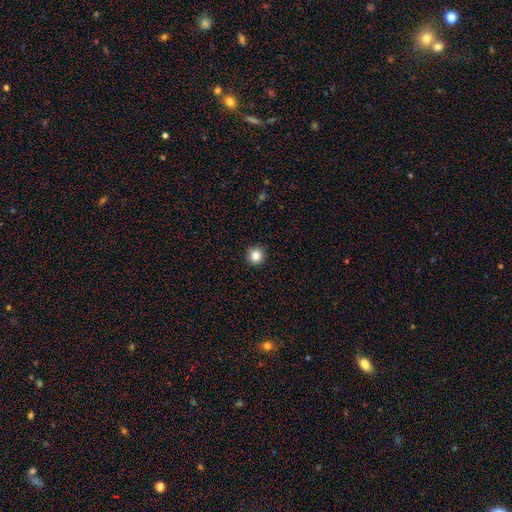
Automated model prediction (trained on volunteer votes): smooth 84%, star or artifact 11%, featured or disk 5%. Down the decision tree: how rounded — round (95%); merging — none (93%).